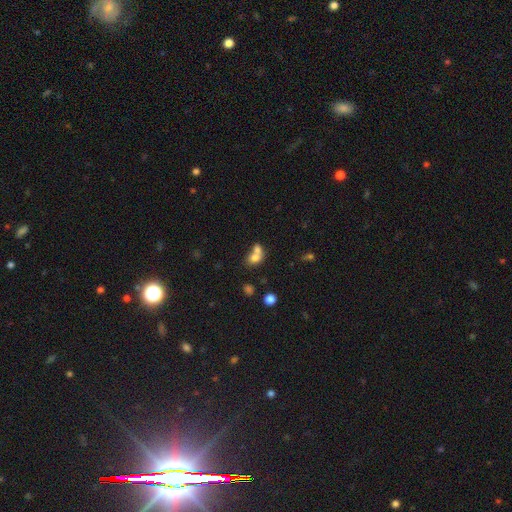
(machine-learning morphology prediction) smooth_or_featured: smooth (p=0.72) [alt: featured or disk p=0.17]
how_rounded: in between (p=0.53) [alt: round p=0.46]
merging: merger (p=0.68) [alt: none p=0.22]